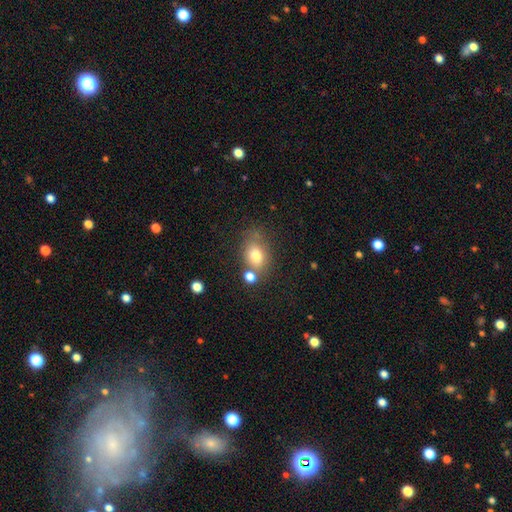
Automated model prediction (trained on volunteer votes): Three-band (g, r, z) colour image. It shows a smooth galaxy with no disk features (77%) that is in between round and cigar-shaped (67%). Merging: none (58%).